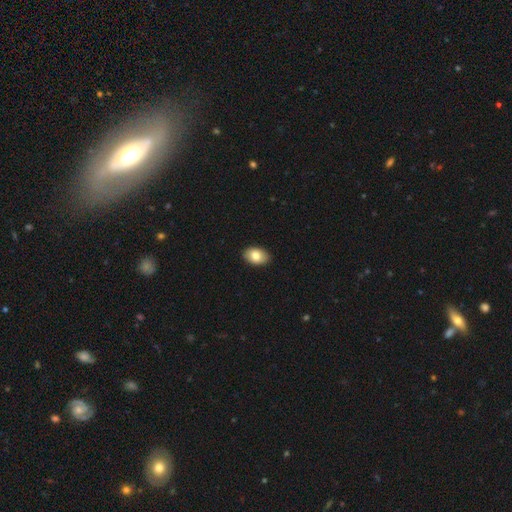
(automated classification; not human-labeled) Smooth or featured: smooth — 83% (featured or disk — 10%)
How rounded: in between — 89% (round — 10%)
Merging: none — 89% (minor disturbance — 8%)